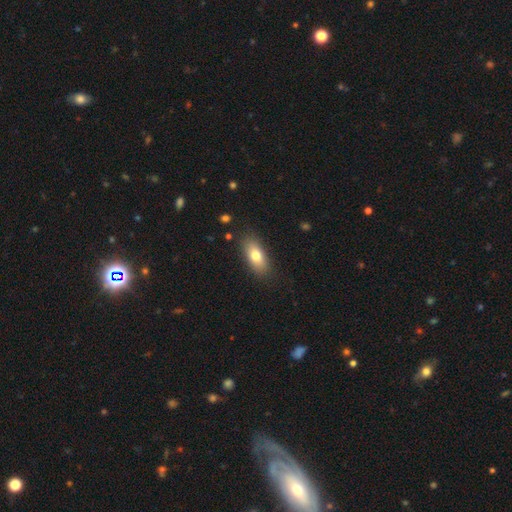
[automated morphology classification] Smooth or featured? Predicted: smooth (p=0.75). How rounded? Predicted: in between (p=0.82). Merging? Predicted: none (p=0.85).